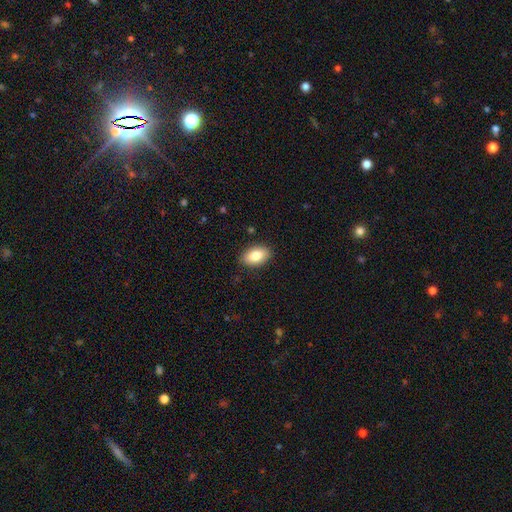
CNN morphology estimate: A smooth galaxy with no disk features (82%) that is in between round and cigar-shaped (91%). Merging: none (88%).